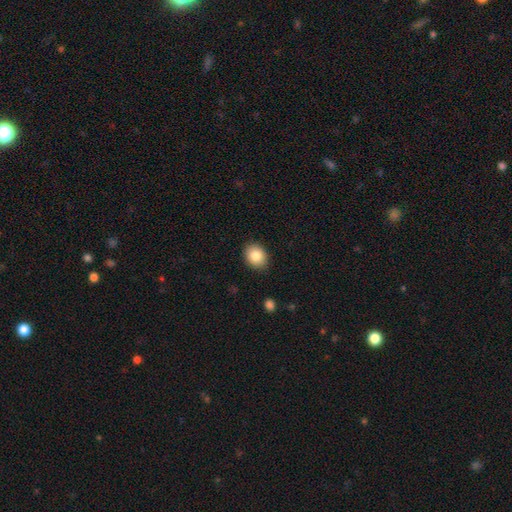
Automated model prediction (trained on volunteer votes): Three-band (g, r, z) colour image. It shows a smooth galaxy with no disk features (85%) that is round (50%). Merging: none (87%).